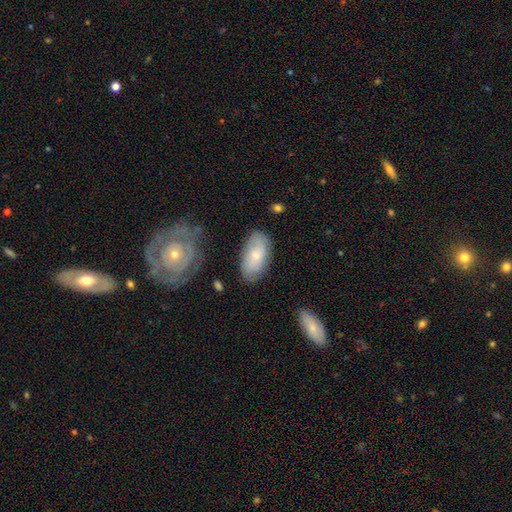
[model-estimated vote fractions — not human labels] smooth_or_featured: smooth (p=0.63) [alt: featured or disk p=0.31]
how_rounded: in between (p=0.94) [alt: round p=0.03]
merging: none (p=0.75) [alt: minor disturbance p=0.17]